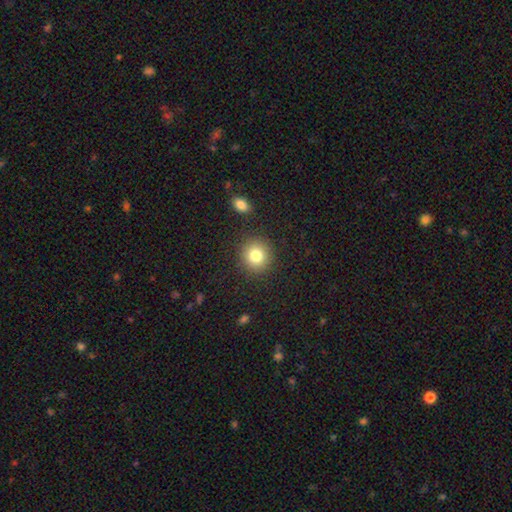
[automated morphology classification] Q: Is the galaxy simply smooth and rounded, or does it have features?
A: smooth — 80%.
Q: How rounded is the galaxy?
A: round — 90%.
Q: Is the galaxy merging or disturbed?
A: none — 89%.